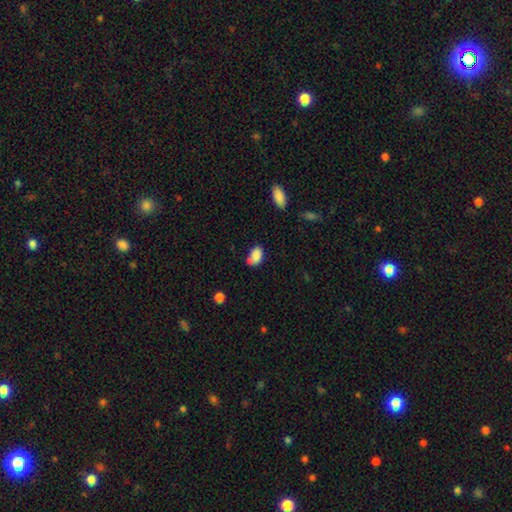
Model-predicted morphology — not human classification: smooth 83%, star or artifact 9%, featured or disk 8%. Down the decision tree: how rounded — in between (87%); merging — none (47%).